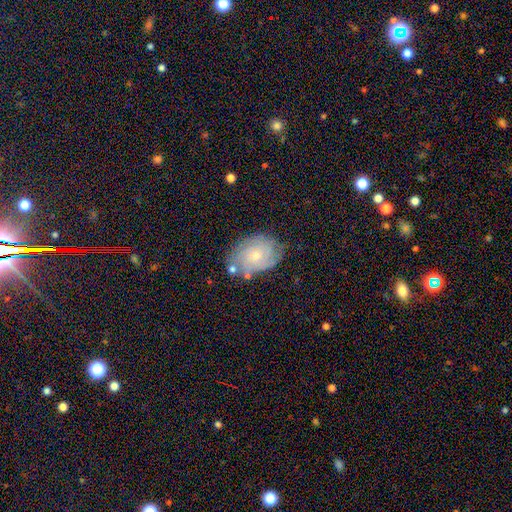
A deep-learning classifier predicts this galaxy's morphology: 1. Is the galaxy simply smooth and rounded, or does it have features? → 61% featured or disk, 30% smooth, 9% star or artifact.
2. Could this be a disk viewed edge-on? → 96% no, 4% yes.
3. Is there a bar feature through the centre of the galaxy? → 79% no, 19% weak, 3% strong.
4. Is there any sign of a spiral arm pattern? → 85% yes, 15% no.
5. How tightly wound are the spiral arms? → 64% tight, 27% medium, 9% loose.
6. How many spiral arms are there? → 48% can't tell, 15% 2, 14% 3, 12% 4, 5% more than 4, 5% 1.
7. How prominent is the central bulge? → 65% small, 30% moderate, 2% none, 2% large, 1% dominant.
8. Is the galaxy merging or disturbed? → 67% none, 21% minor disturbance, 7% major disturbance, 5% merger.